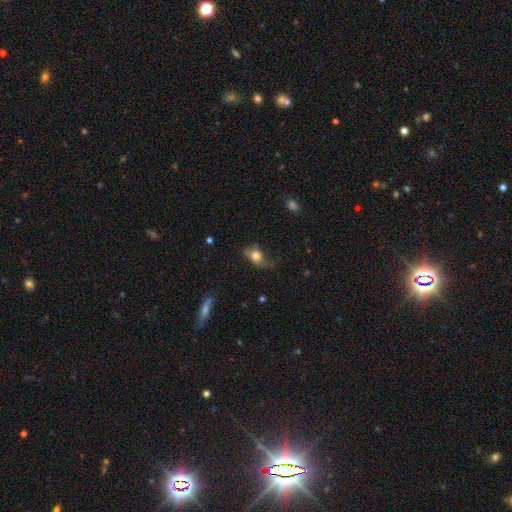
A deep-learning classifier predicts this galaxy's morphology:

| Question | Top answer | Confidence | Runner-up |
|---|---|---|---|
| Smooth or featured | smooth | 61% | featured or disk (29%) |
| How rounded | in between | 68% | round (28%) |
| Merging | none | 40% | minor disturbance (29%) |